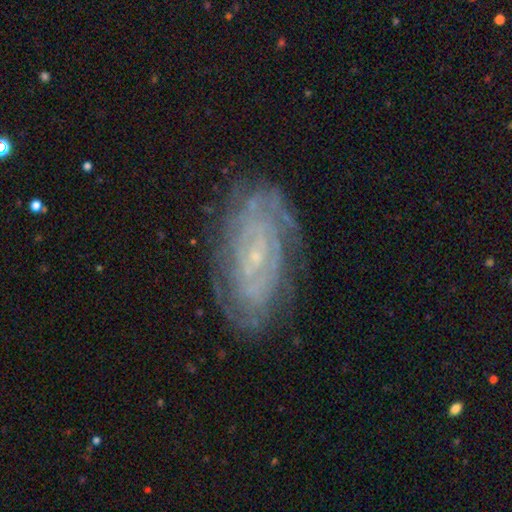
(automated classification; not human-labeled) Smooth or featured? Predicted: featured or disk (p=0.81). Edge-on disk? Predicted: no (p=0.94). Bar? Predicted: no (p=0.52). Spiral arms? Predicted: yes (p=0.91). Spiral winding? Predicted: tight (p=0.75). Spiral arm count? Predicted: can't tell (p=0.46). Bulge size? Predicted: small (p=0.84). Merging? Predicted: none (p=0.79).